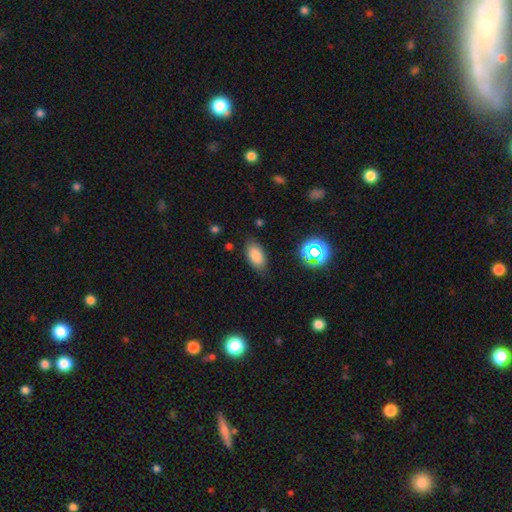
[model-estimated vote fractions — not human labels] This appears to be a smooth galaxy with no disk features (82%) that is in between round and cigar-shaped (91%). Merging: none (80%).